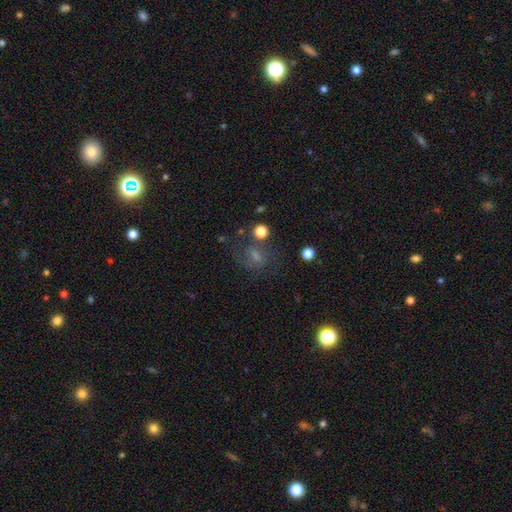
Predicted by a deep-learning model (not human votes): Smooth or featured: smooth — 36% (featured or disk — 35%)
Merging: none — 59% (minor disturbance — 17%)